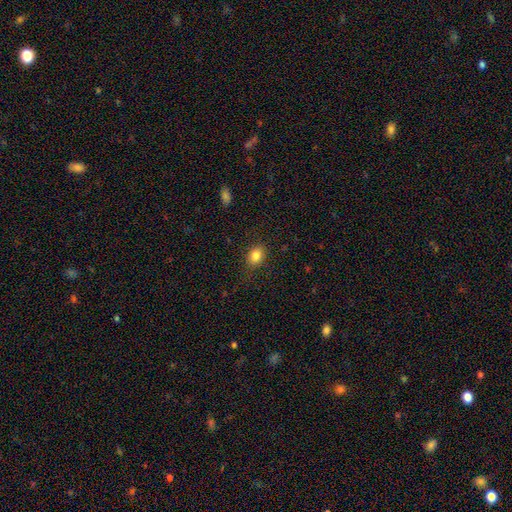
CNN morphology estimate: Smooth or featured: smooth — 84% (star or artifact — 10%)
How rounded: in between — 60% (round — 38%)
Merging: none — 85% (minor disturbance — 11%)